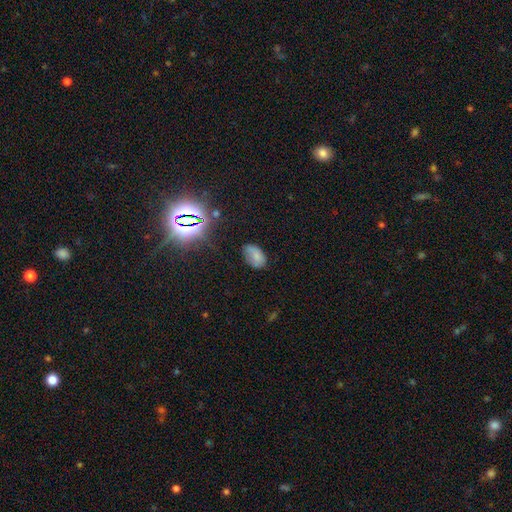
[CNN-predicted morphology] Overall: smooth (72%). How rounded: in between (90%). Merging: none (63%; minor disturbance 27%).